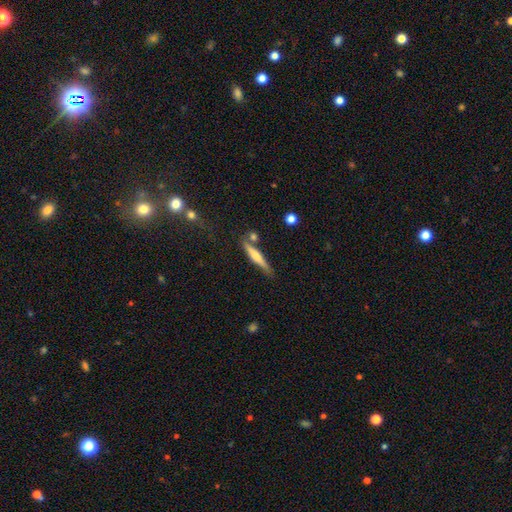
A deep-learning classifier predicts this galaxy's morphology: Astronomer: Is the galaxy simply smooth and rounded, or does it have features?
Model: smooth — 51% (runner-up: featured or disk, 43%).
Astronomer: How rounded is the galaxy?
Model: cigar-shaped — 90%.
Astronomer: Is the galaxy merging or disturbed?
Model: none — 73%.